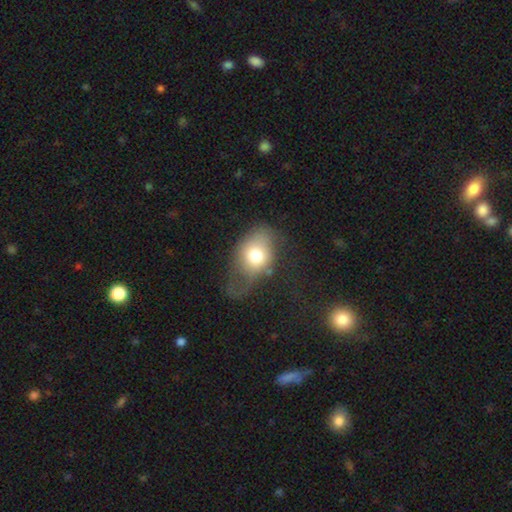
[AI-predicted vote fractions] Smooth or featured? smooth (71%)
How rounded? in between (67%)
Merging? major disturbance (37%)